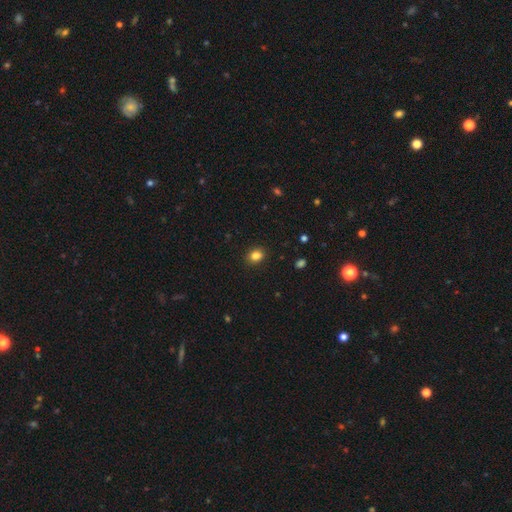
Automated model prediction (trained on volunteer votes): A smooth galaxy with no disk features (84%) that is in between round and cigar-shaped (50%).

Vote fractions:
- Smooth or featured? smooth: 84% / star or artifact: 11% / featured or disk: 5%
- How rounded? in between: 50% / round: 49% / cigar-shaped: 1%
- Merging? none: 89% / minor disturbance: 7% / major disturbance: 2% / merger: 1%